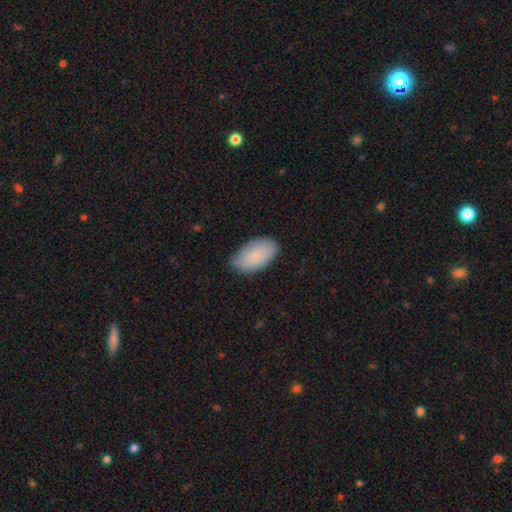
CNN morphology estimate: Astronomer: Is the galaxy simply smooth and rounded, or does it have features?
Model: smooth — 83%.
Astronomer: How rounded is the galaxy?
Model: in between — 95%.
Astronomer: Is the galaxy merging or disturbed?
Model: none — 71%.